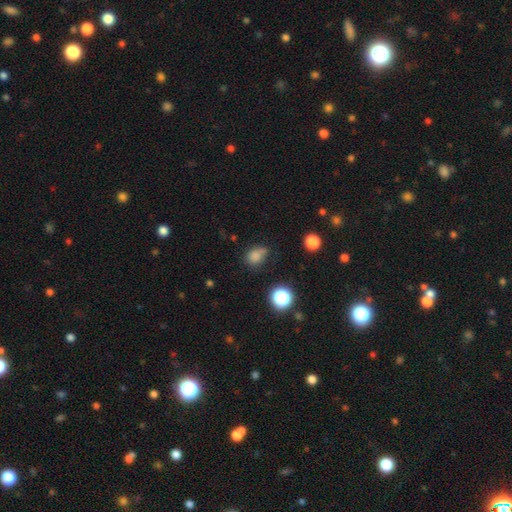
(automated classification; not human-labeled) Morphology: type=smooth (78%); roundness=in between (54%); merging=none (50%).